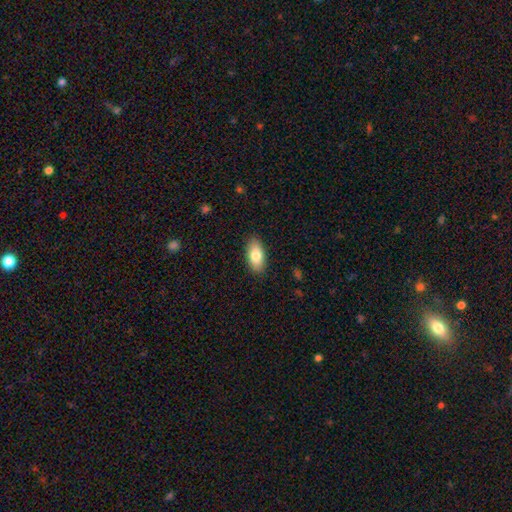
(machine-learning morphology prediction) smooth 81%, featured or disk 12%, star or artifact 6%. Down the decision tree: how rounded — in between (91%); merging — none (88%).